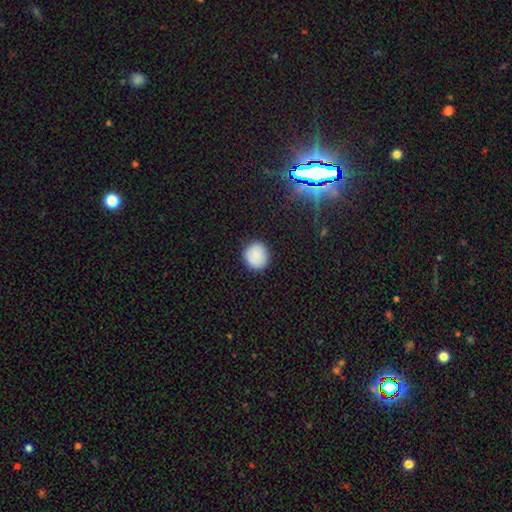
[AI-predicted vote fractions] The model was most divided on "smooth or featured": smooth: 84%, star or artifact: 9%, featured or disk: 7%. More confident: how rounded — round (89%); merging — none (88%).